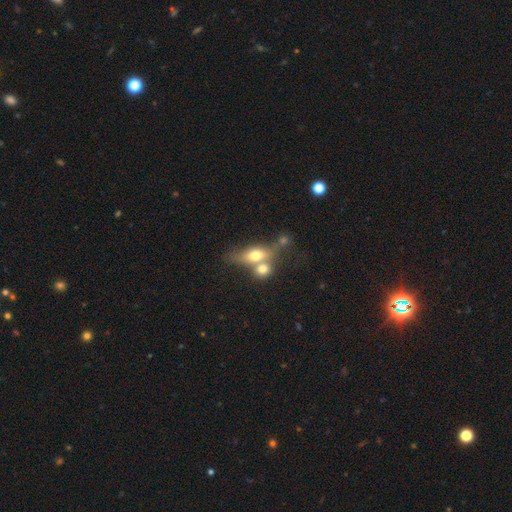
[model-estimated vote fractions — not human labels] smooth 60%, featured or disk 32%, star or artifact 9%. Down the decision tree: how rounded — in between (62%); merging — merger (57%).